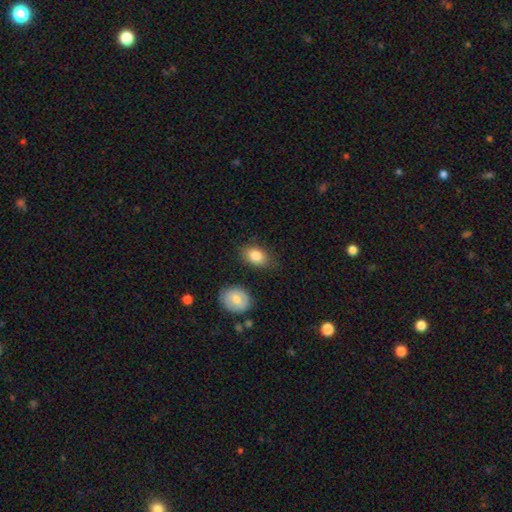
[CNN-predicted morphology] Smooth or featured: smooth — 85% (featured or disk — 8%)
How rounded: in between — 83% (round — 15%)
Merging: none — 75% (minor disturbance — 17%)